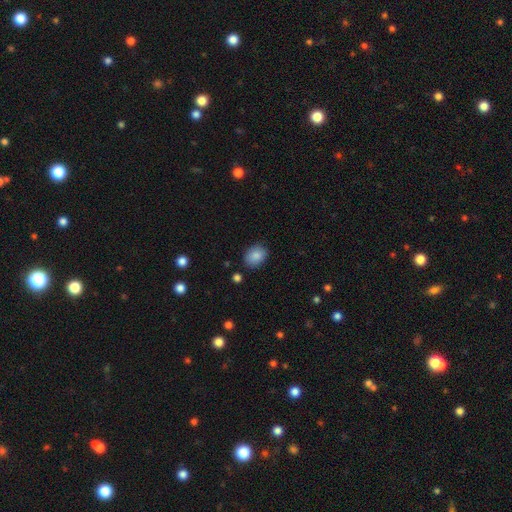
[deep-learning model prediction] Smooth or featured? Predicted: smooth (p=0.87). How rounded? Predicted: in between (p=0.67). Merging? Predicted: none (p=0.83).